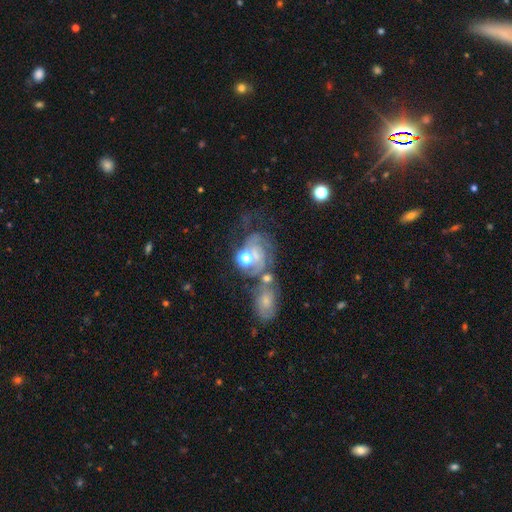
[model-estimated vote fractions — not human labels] featured or disk 66%, star or artifact 18%, smooth 16%. Down the decision tree: edge-on disk — no (96%); bar — no (70%); spiral arms — yes (86%); spiral arm count — can't tell (35%); spiral winding — tight (51%); bulge size — moderate (50%); merging — none (38%).